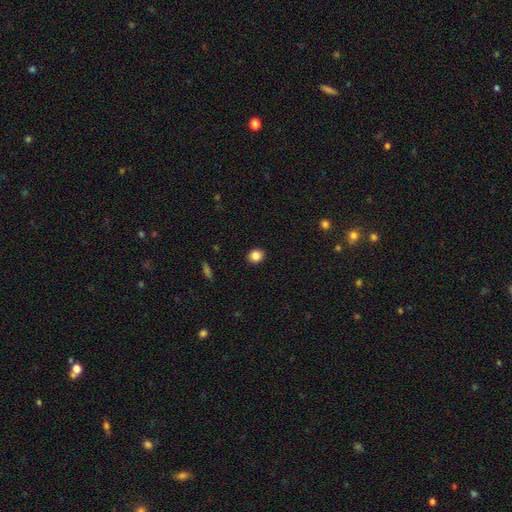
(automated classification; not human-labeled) This is clearly a smooth galaxy (85%). How rounded: likely round (76%). Merging: clearly none (91%).